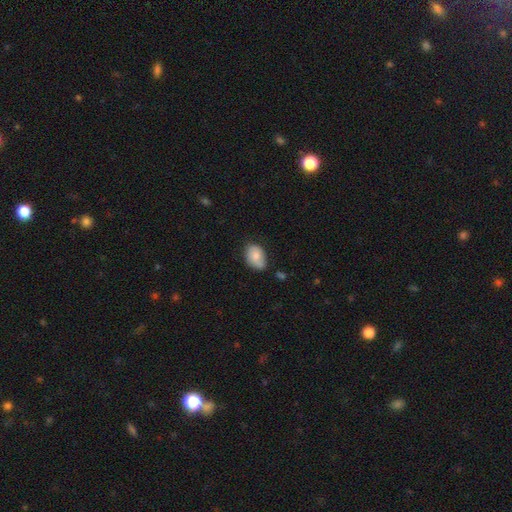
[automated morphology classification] smooth-or-featured: smooth: 76% | featured or disk: 17% | star or artifact: 7%
  how-rounded: in between: 83% | round: 16% | cigar-shaped: 1%
  merging: none: 62% | minor disturbance: 30% | major disturbance: 5% | merger: 3%